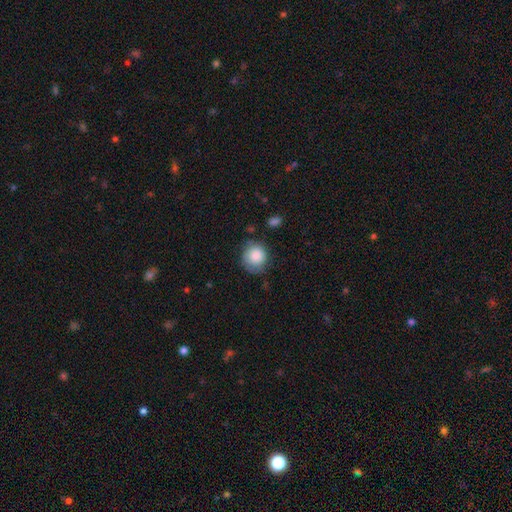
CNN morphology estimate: smooth 85%, star or artifact 7%, featured or disk 7%. Down the decision tree: how rounded — round (84%); merging — none (66%).